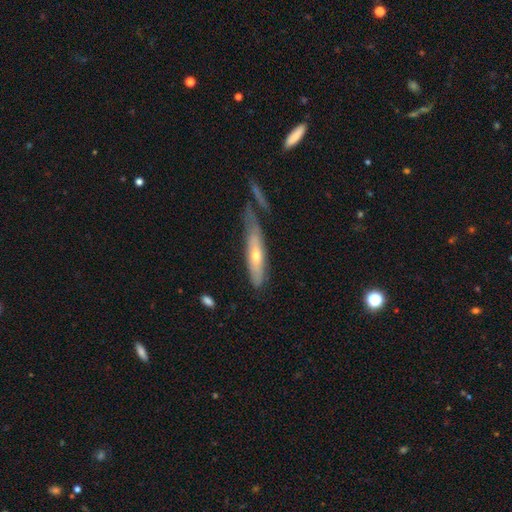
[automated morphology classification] Smooth or featured?
  - featured or disk: 53% *
  - smooth: 40%
  - star or artifact: 7%
Edge-on disk?
  - yes: 63% *
  - no: 37%
Merging?
  - none: 45% *
  - minor disturbance: 28%
  - major disturbance: 17%
  - merger: 10%